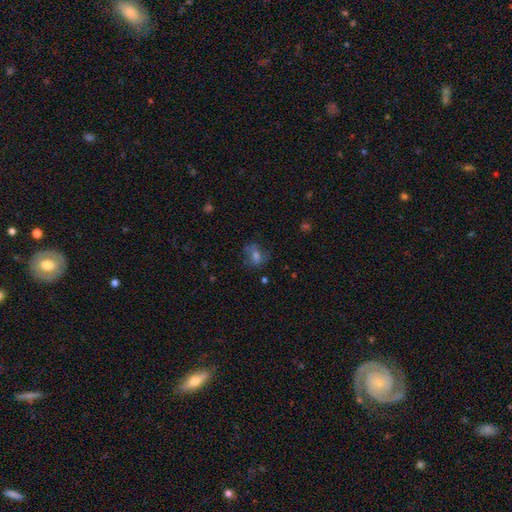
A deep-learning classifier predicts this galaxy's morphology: This appears to be a smooth galaxy with no disk features (46%). Merging: none (63%).